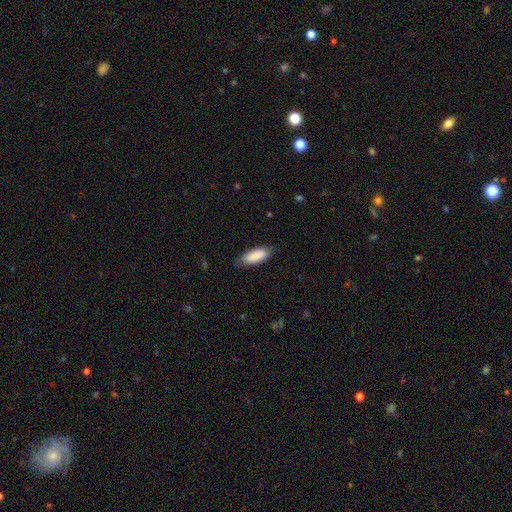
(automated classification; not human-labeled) Smooth or featured?
  - smooth: 89% *
  - featured or disk: 6%
  - star or artifact: 6%
How rounded?
  - in between: 73% *
  - cigar-shaped: 26%
  - round: 2%
Merging?
  - none: 78% *
  - minor disturbance: 18%
  - major disturbance: 3%
  - merger: 1%